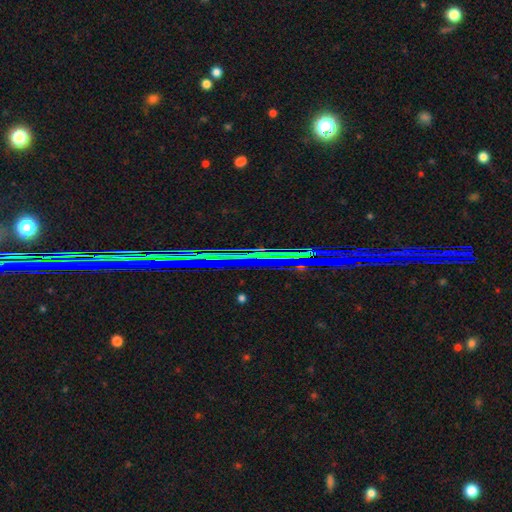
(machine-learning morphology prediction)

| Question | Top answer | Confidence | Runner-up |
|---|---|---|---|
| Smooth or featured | star or artifact | 81% | featured or disk (11%) |